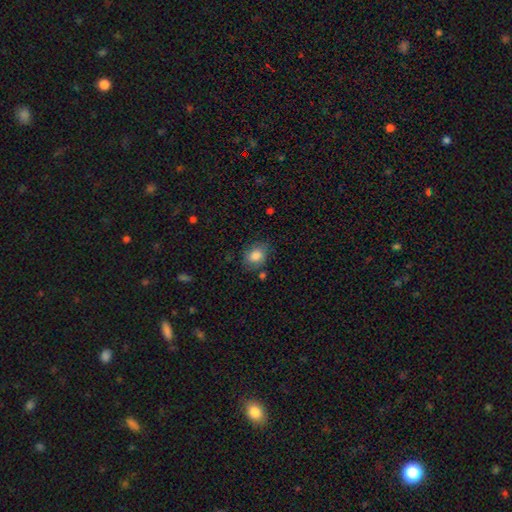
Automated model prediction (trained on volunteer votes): Smooth or featured? Predicted: smooth (p=0.84). How rounded? Predicted: in between (p=0.55). Merging? Predicted: none (p=0.72).